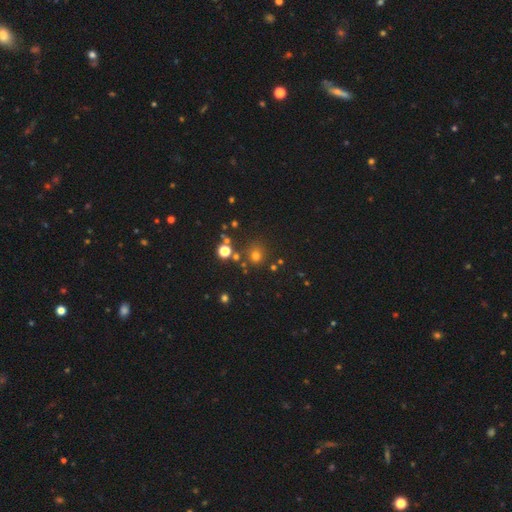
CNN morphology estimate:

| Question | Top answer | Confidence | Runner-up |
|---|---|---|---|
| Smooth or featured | smooth | 68% | star or artifact (24%) |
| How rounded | round | 88% | in between (11%) |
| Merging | none | 78% | minor disturbance (9%) |